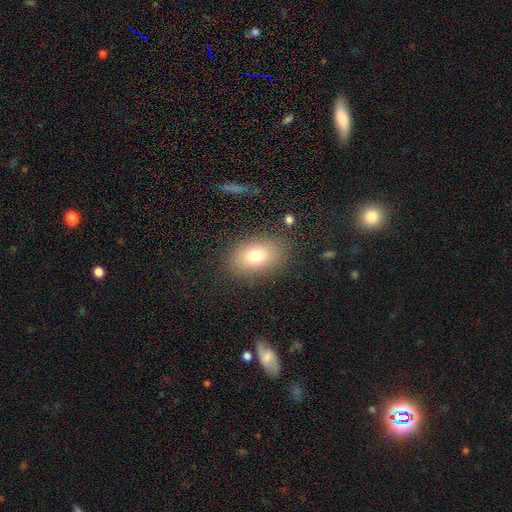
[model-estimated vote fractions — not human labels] smooth_or_featured: smooth (p=0.75) [alt: featured or disk p=0.14]
how_rounded: in between (p=0.79) [alt: round p=0.20]
merging: none (p=0.83) [alt: minor disturbance p=0.11]